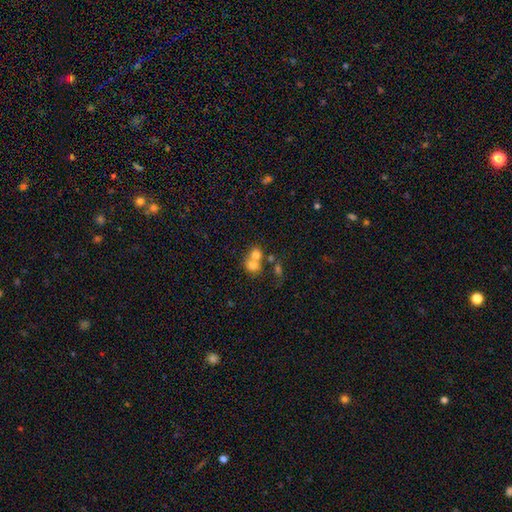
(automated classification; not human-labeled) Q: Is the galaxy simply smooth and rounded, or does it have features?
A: smooth — 72%.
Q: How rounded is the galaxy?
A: round — 73%.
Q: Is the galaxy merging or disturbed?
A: merger — 62%.